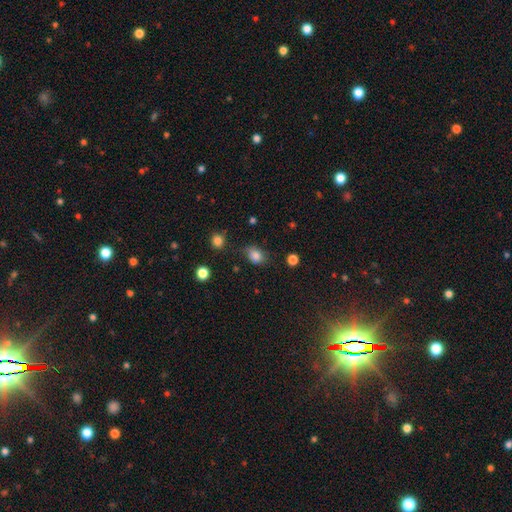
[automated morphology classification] type=smooth (83%); roundness=in between (59%); merging=none (68%).